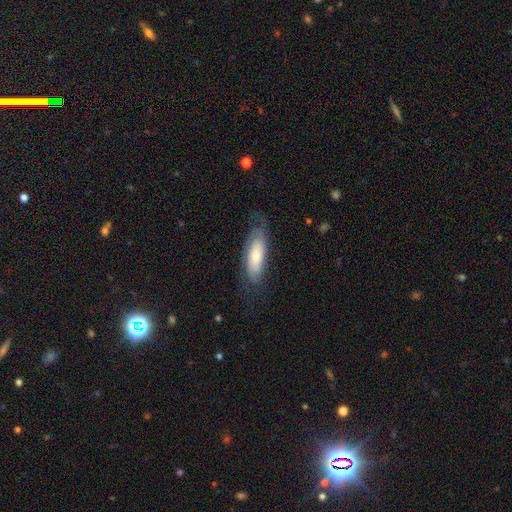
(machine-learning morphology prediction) smooth-or-featured: featured or disk: 48% | smooth: 45% | star or artifact: 7%
  merging: none: 65% | minor disturbance: 21% | major disturbance: 12% | merger: 1%